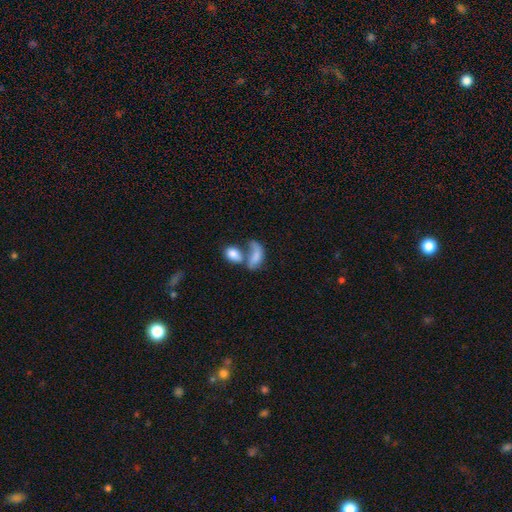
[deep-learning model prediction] Smooth or featured? smooth (71%)
How rounded? in between (89%)
Merging? merger (61%)